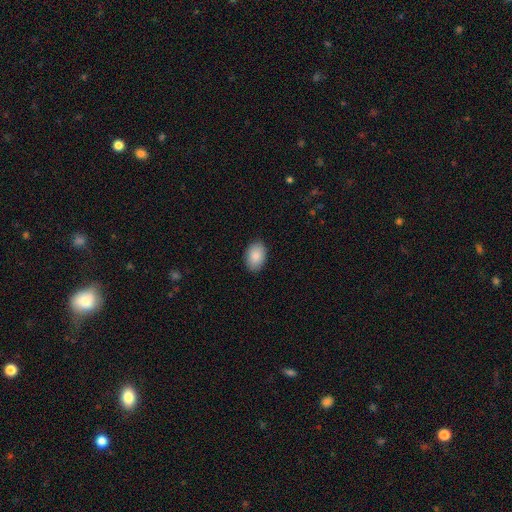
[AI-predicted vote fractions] Q: Smooth or featured?
A: smooth (88%); runner-up: star or artifact (7%)
Q: How rounded?
A: in between (88%); runner-up: round (11%)
Q: Merging?
A: none (89%); runner-up: minor disturbance (8%)